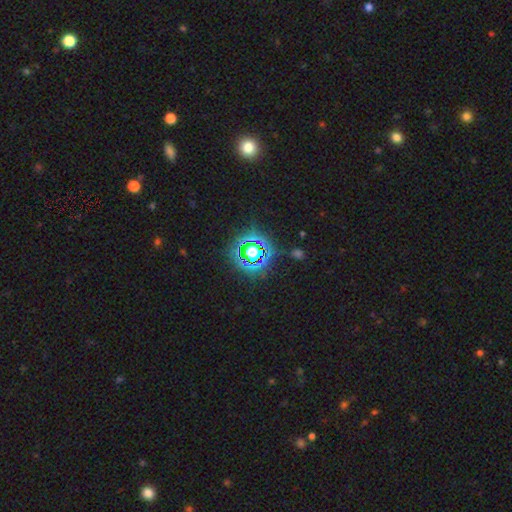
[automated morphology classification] smooth_or_featured: star or artifact (p=0.73) [alt: smooth p=0.17]